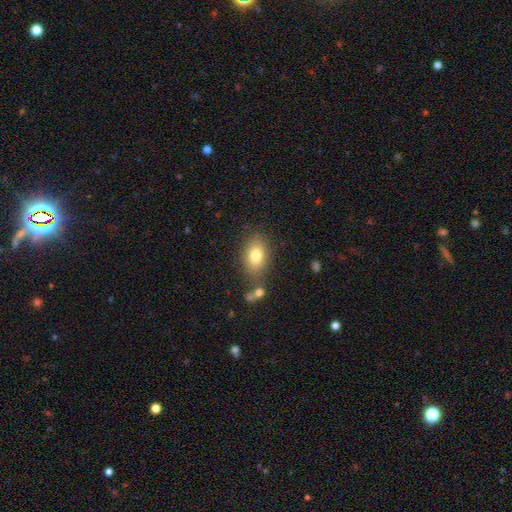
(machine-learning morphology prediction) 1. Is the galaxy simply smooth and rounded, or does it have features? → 79% smooth, 12% featured or disk, 9% star or artifact.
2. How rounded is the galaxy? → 84% in between, 14% round, 2% cigar-shaped.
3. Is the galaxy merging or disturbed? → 70% none, 14% minor disturbance, 11% merger, 5% major disturbance.